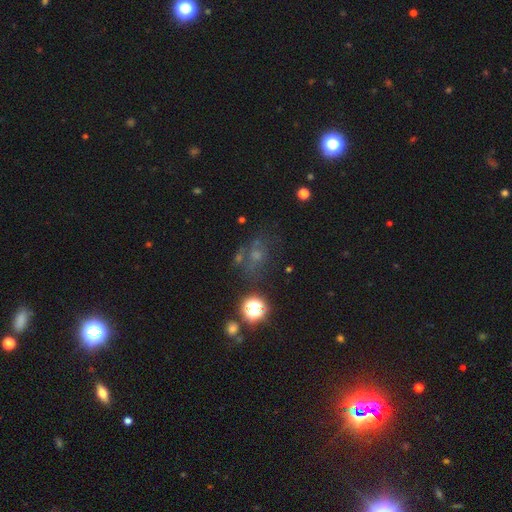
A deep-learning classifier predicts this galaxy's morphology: smooth_or_featured: star or artifact (p=0.42) [alt: smooth p=0.35]